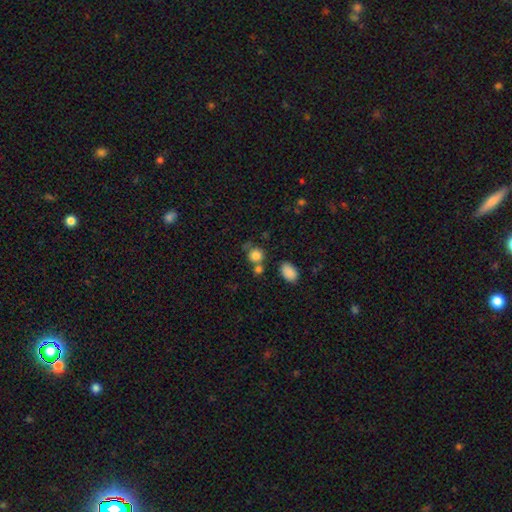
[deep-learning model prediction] Smooth or featured?
  - smooth: 82% *
  - star or artifact: 11%
  - featured or disk: 6%
How rounded?
  - round: 81% *
  - in between: 18%
  - cigar-shaped: 1%
Merging?
  - none: 57% *
  - merger: 24%
  - minor disturbance: 13%
  - major disturbance: 6%